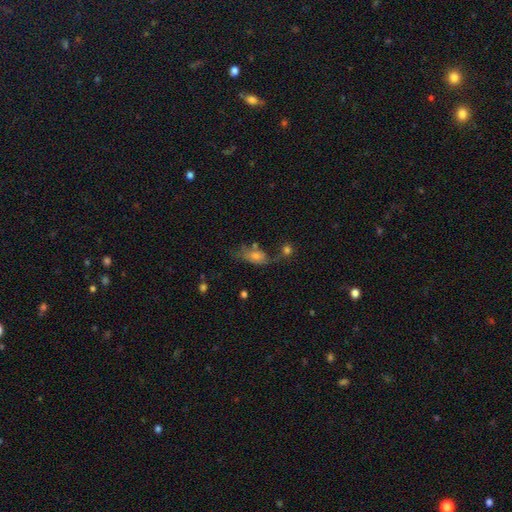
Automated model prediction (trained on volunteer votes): Smooth or featured?
  - smooth: 51% *
  - featured or disk: 33%
  - star or artifact: 16%
How rounded?
  - in between: 74% *
  - cigar-shaped: 17%
  - round: 9%
Merging?
  - none: 43% *
  - minor disturbance: 22%
  - major disturbance: 18%
  - merger: 17%